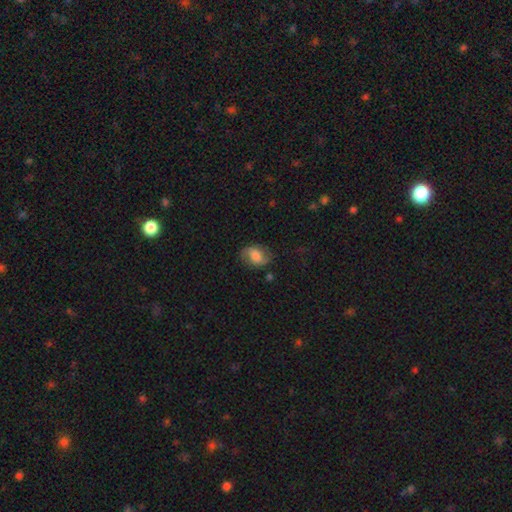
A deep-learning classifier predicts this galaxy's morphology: A smooth galaxy with no disk features (50%) that is in between round and cigar-shaped (71%). Merging: none (70%).